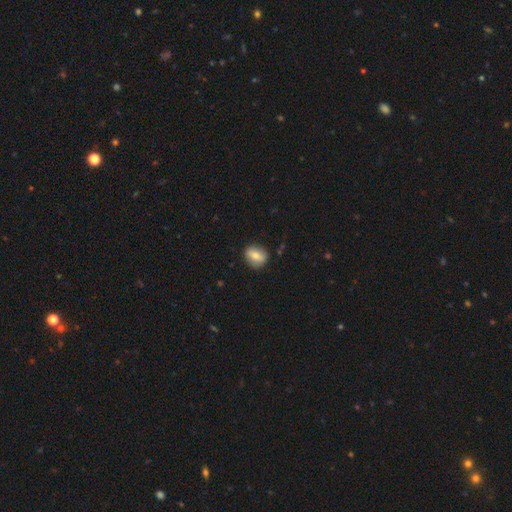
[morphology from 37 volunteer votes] Smooth or featured? 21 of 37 (57%) said smooth. How rounded? 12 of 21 (57%) said round. Merging? 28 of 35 (80%) said none.